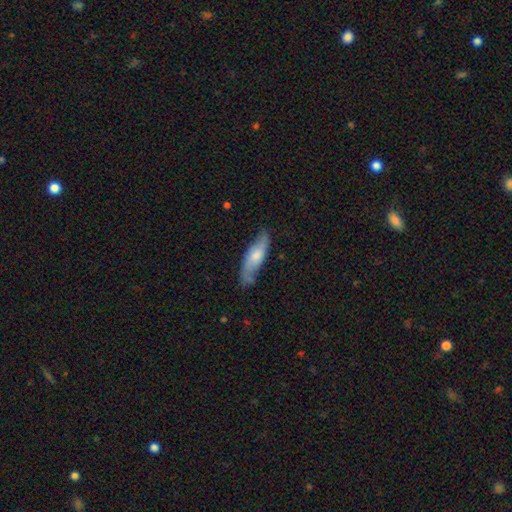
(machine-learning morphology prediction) smooth_or_featured: smooth (p=0.49) [alt: featured or disk p=0.45]
merging: none (p=0.70) [alt: minor disturbance p=0.23]